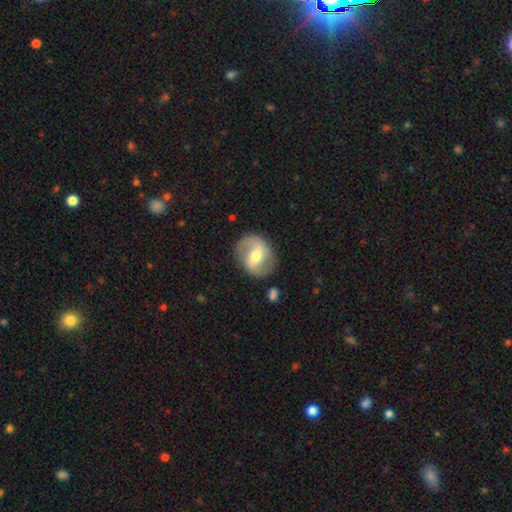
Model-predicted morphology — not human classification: smooth-or-featured: featured or disk: 74% | smooth: 21% | star or artifact: 5%
  disk-edge-on: no: 97% | yes: 3%
    bar: weak: 46% | strong: 33% | no: 22%
    has-spiral-arms: yes: 85% | no: 15%
      spiral-winding: medium: 44% | loose: 40% | tight: 16%
      spiral-arm-count: 2: 88% | can't tell: 5% | 1: 4% | 3: 1% | 4: 1% | more than 4: 1%
    bulge-size: moderate: 68% | small: 24% | large: 6% | none: 1% | dominant: 1%
  merging: none: 82% | minor disturbance: 12% | major disturbance: 4% | merger: 2%